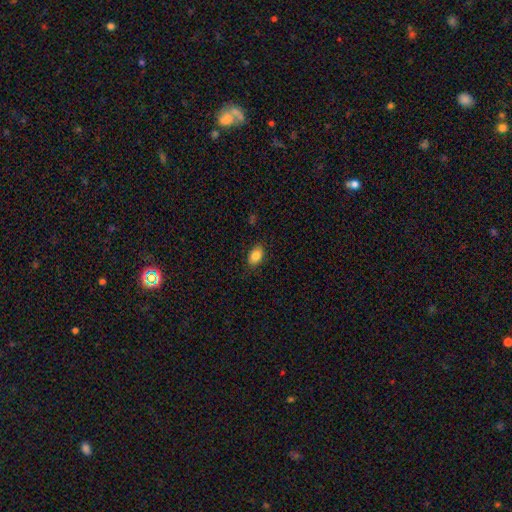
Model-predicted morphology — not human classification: Q: Smooth or featured?
A: smooth (85%); runner-up: star or artifact (8%)
Q: How rounded?
A: in between (86%); runner-up: round (13%)
Q: Merging?
A: none (85%); runner-up: minor disturbance (12%)